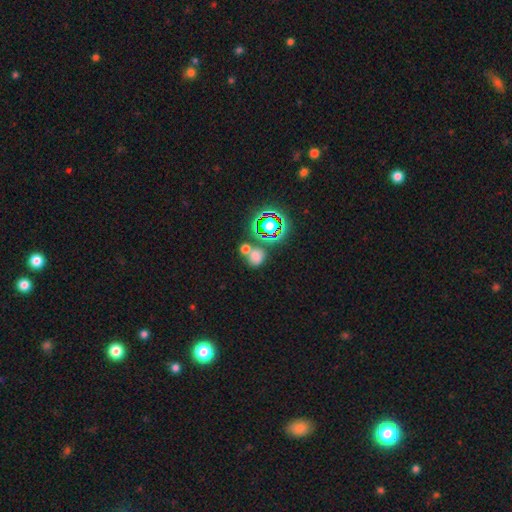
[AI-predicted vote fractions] smooth_or_featured: smooth (p=0.63) [alt: star or artifact p=0.27]
how_rounded: round (p=0.68) [alt: in between p=0.31]
merging: none (p=0.48) [alt: merger p=0.36]